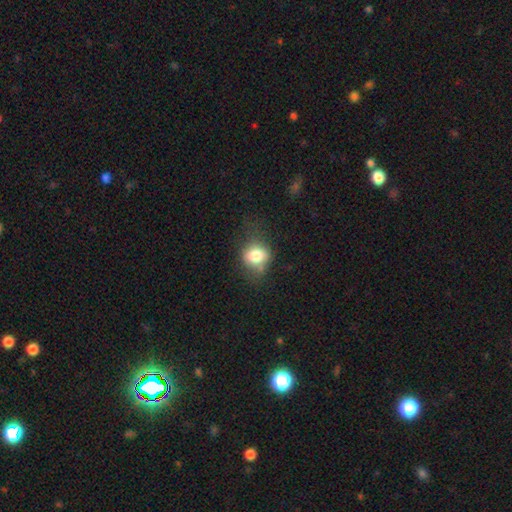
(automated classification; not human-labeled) smooth 77%, featured or disk 13%, star or artifact 10%. Down the decision tree: how rounded — round (66%); merging — none (53%).